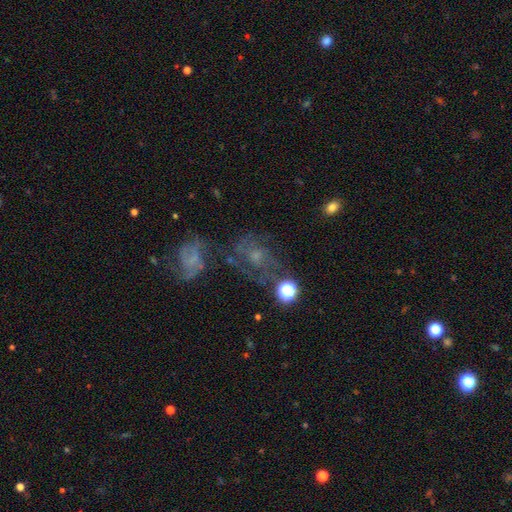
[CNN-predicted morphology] Smooth or featured? Predicted: featured or disk (p=0.54). Edge-on disk? Predicted: no (p=0.96). Bar? Predicted: no (p=0.72). Spiral arms? Predicted: yes (p=0.76). Bulge size? Predicted: small (p=0.52). Merging? Predicted: none (p=0.52).